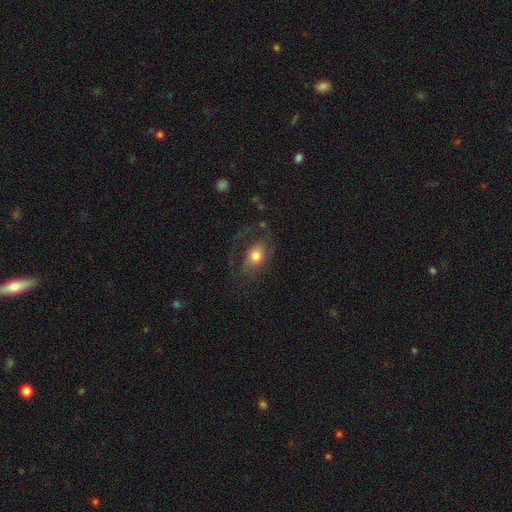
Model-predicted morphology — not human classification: Smooth or featured?
  - featured or disk: 46% *
  - smooth: 45%
  - star or artifact: 9%
Merging?
  - none: 45% *
  - major disturbance: 34%
  - minor disturbance: 19%
  - merger: 3%